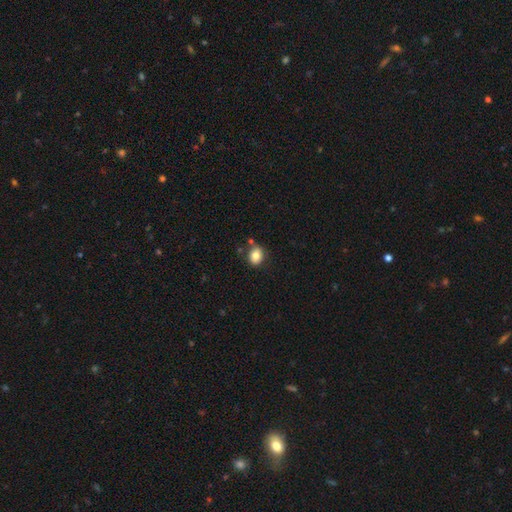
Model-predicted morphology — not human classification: A smooth galaxy with no disk features (80%) that is round (50%).

Vote fractions:
- Smooth or featured? smooth: 80% / featured or disk: 10% / star or artifact: 10%
- How rounded? round: 50% / in between: 49% / cigar-shaped: 1%
- Merging? none: 75% / minor disturbance: 14% / merger: 8% / major disturbance: 3%